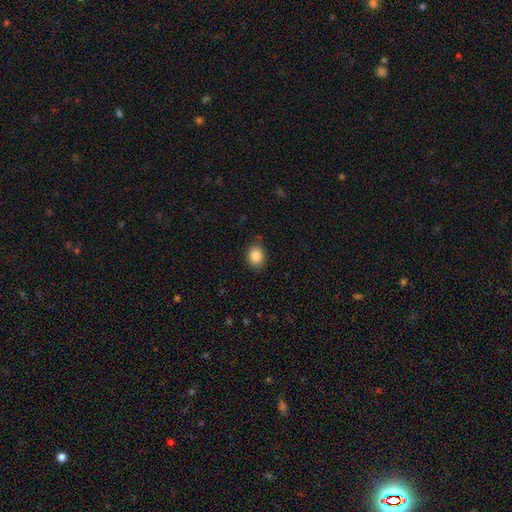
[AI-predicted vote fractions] A smooth galaxy with no disk features (87%) that is round (56%).

Vote fractions:
- Smooth or featured? smooth: 87% / star or artifact: 9% / featured or disk: 4%
- How rounded? round: 56% / in between: 43% / cigar-shaped: 1%
- Merging? none: 85% / minor disturbance: 11% / major disturbance: 3% / merger: 1%